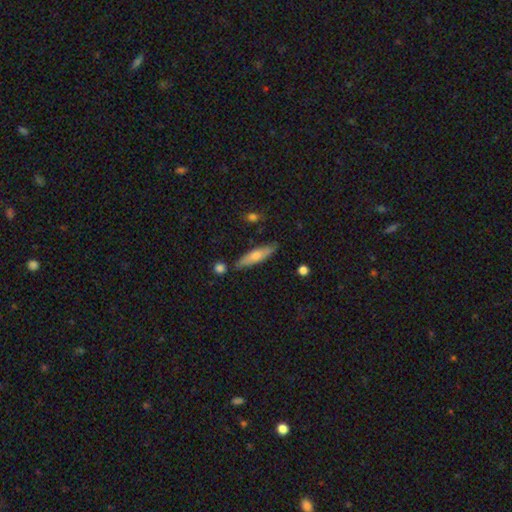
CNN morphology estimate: Smooth or featured?
  - smooth: 60% *
  - featured or disk: 34%
  - star or artifact: 6%
How rounded?
  - cigar-shaped: 77% *
  - in between: 21%
  - round: 2%
Merging?
  - none: 80% *
  - minor disturbance: 13%
  - merger: 5%
  - major disturbance: 2%